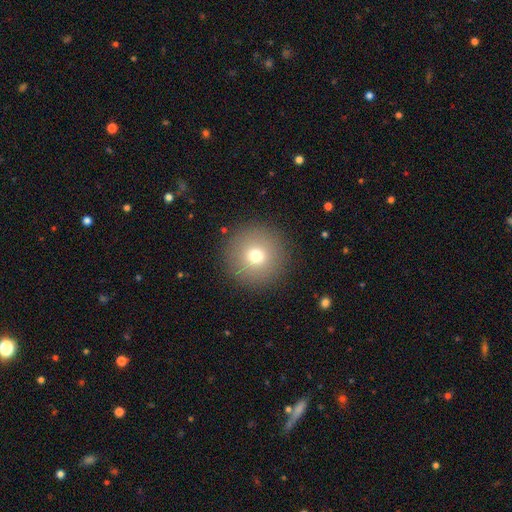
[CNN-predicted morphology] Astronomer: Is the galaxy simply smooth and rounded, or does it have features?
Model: smooth — 73%.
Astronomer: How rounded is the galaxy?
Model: round — 97%.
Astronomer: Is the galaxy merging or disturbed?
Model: none — 91%.